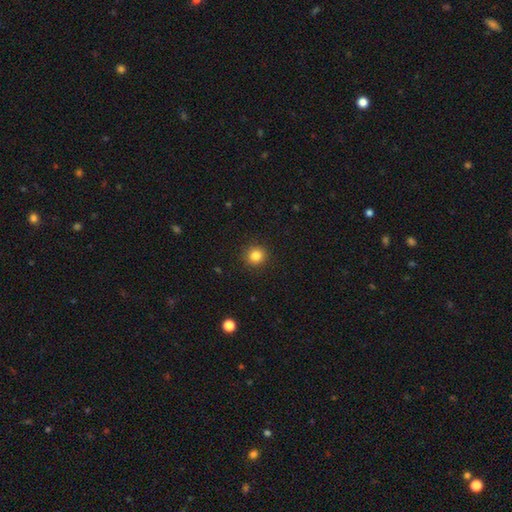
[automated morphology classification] This appears to be a smooth galaxy with no disk features (84%) that is round (92%). Merging: none (91%).